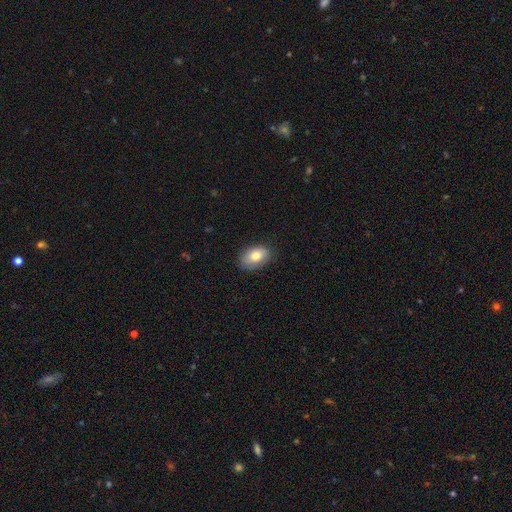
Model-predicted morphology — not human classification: The model was most divided on "smooth or featured": smooth: 80%, featured or disk: 13%, star or artifact: 7%. More confident: how rounded — in between (87%); merging — none (82%).